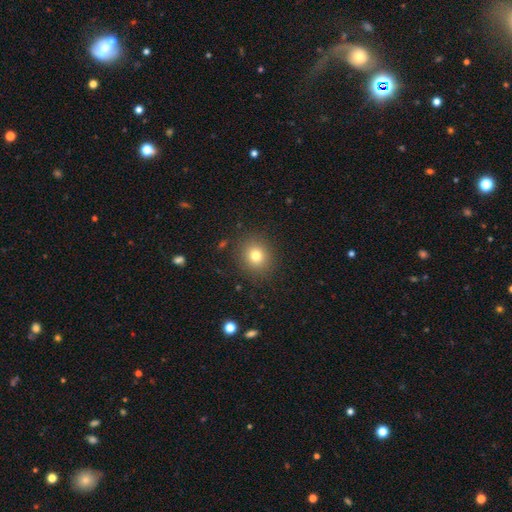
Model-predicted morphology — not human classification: Smooth or featured? smooth (77%)
How rounded? round (80%)
Merging? none (88%)